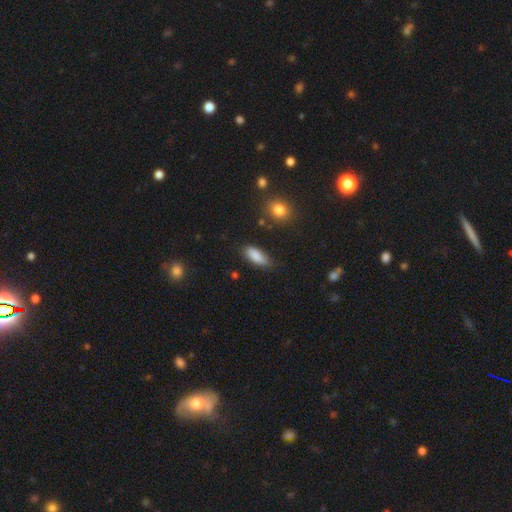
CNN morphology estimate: Smooth or featured?
  - smooth: 87% *
  - star or artifact: 7%
  - featured or disk: 6%
How rounded?
  - in between: 79% *
  - cigar-shaped: 18%
  - round: 2%
Merging?
  - none: 79% *
  - minor disturbance: 15%
  - major disturbance: 3%
  - merger: 2%